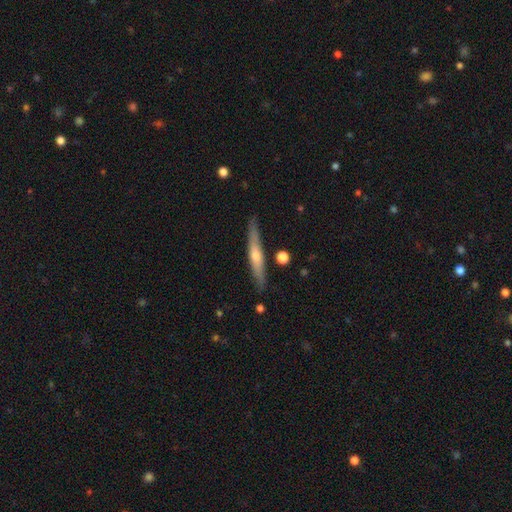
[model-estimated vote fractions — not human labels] featured or disk 55%, smooth 39%, star or artifact 6%. Down the decision tree: edge-on disk — yes (94%); edge-on bulge — rounded (71%); merging — none (86%).